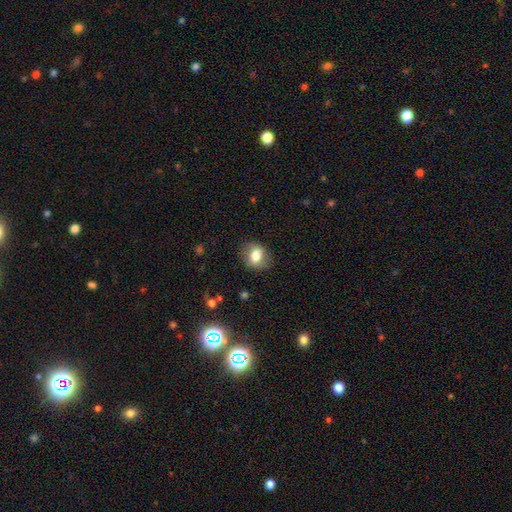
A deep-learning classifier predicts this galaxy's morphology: This appears to be a smooth galaxy with no disk features (73%) that is round (54%). Merging: none (81%).